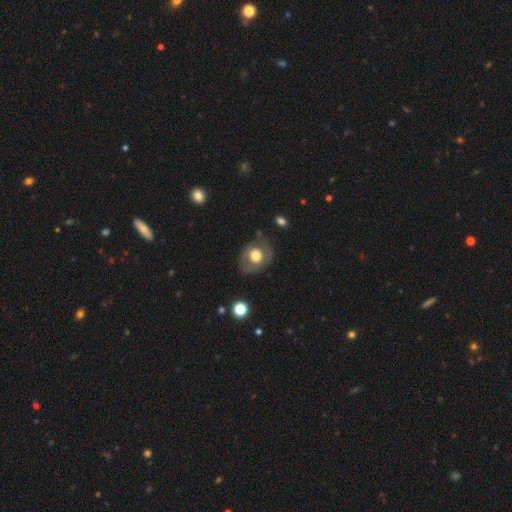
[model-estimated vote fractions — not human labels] The model was most divided on "smooth or featured": smooth: 55%, featured or disk: 37%, star or artifact: 8%. More confident: merging — none (72%); how rounded — round (64%).